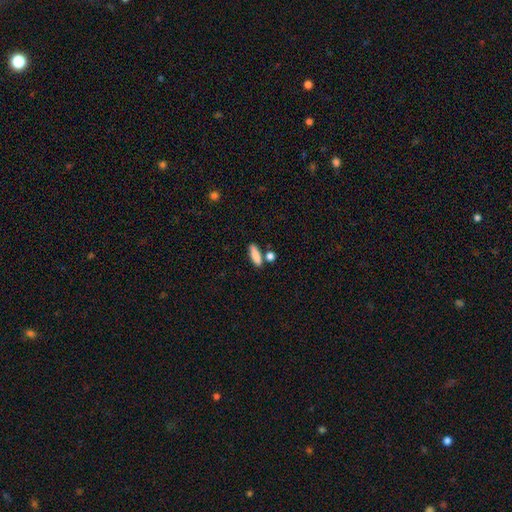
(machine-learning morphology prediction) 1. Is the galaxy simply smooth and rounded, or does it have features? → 85% smooth, 8% featured or disk, 7% star or artifact.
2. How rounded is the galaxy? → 49% in between, 47% cigar-shaped, 4% round.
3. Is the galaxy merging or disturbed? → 69% none, 15% merger, 13% minor disturbance, 4% major disturbance.